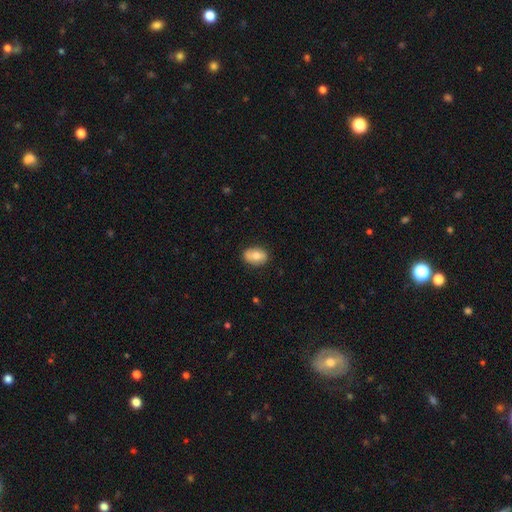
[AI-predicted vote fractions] Morphology: type=smooth (72%); roundness=in between (82%); merging=none (82%).